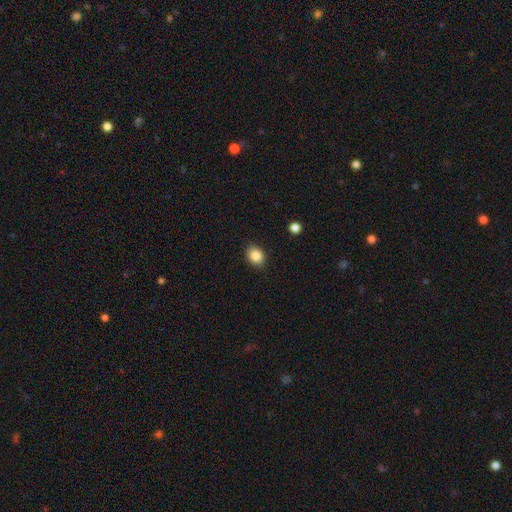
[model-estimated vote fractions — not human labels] This is clearly a smooth galaxy (86%). How rounded: possibly in between (55%). Merging: clearly none (89%).